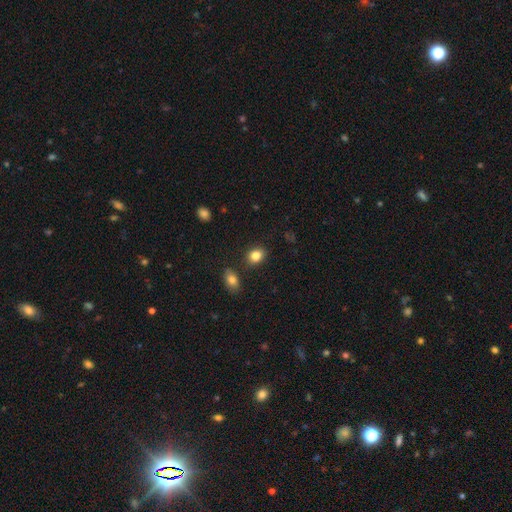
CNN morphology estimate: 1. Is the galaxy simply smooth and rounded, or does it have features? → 84% smooth, 10% star or artifact, 6% featured or disk.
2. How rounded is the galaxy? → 59% in between, 40% round, 1% cigar-shaped.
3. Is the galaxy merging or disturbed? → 83% none, 10% minor disturbance, 5% merger, 3% major disturbance.